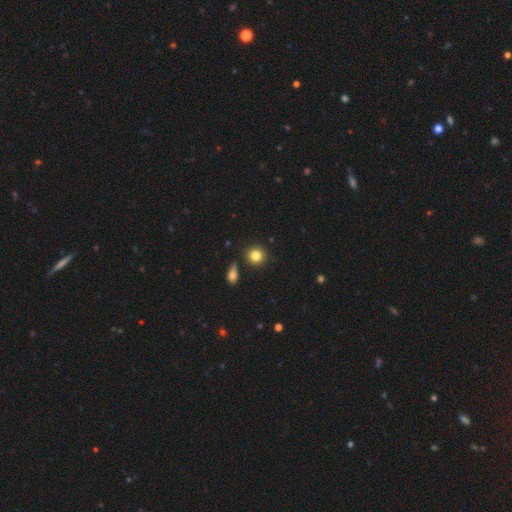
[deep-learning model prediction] Smooth or featured? smooth (82%)
How rounded? round (90%)
Merging? none (84%)